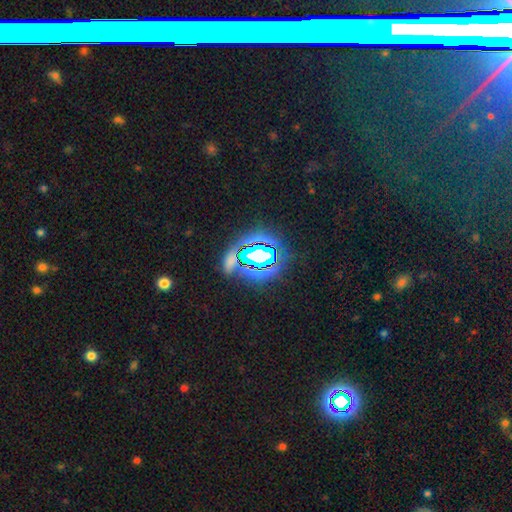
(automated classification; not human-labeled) Smooth or featured? Predicted: star or artifact (p=0.67).